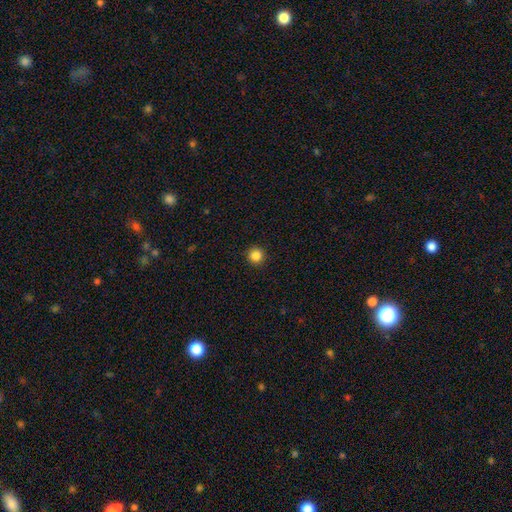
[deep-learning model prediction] Smooth or featured? Predicted: smooth (p=0.86). How rounded? Predicted: round (p=0.96). Merging? Predicted: none (p=0.93).